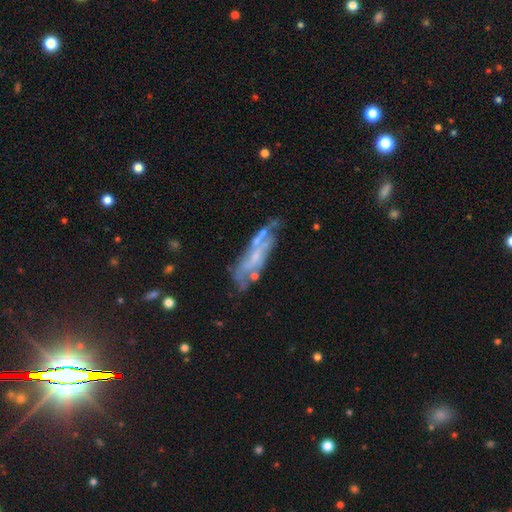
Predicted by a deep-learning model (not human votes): Smooth or featured? Predicted: featured or disk (p=0.70). Edge-on disk? Predicted: no (p=0.71). Merging? Predicted: none (p=0.53).